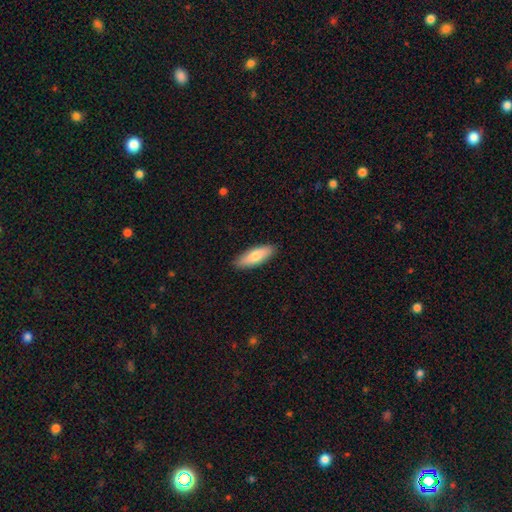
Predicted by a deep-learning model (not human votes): Overall: smooth (78%). How rounded: in between (60%; cigar-shaped 38%). Merging: none (89%).